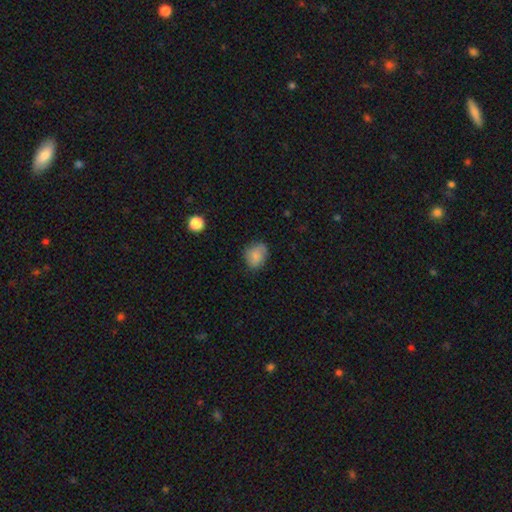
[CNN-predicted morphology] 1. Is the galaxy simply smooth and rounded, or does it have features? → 79% smooth, 12% featured or disk, 9% star or artifact.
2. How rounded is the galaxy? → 55% in between, 44% round, 1% cigar-shaped.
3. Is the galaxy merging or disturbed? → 72% none, 22% minor disturbance, 5% major disturbance, 2% merger.